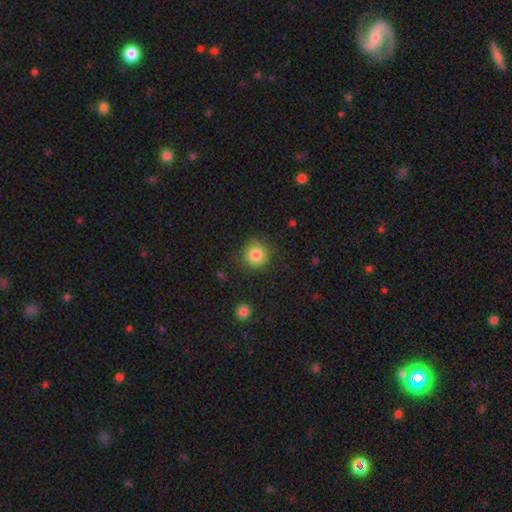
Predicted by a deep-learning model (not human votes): smooth-or-featured: smooth: 84% | star or artifact: 10% | featured or disk: 6%
  how-rounded: round: 92% | in between: 7% | cigar-shaped: 1%
  merging: none: 83% | minor disturbance: 11% | major disturbance: 3% | merger: 2%